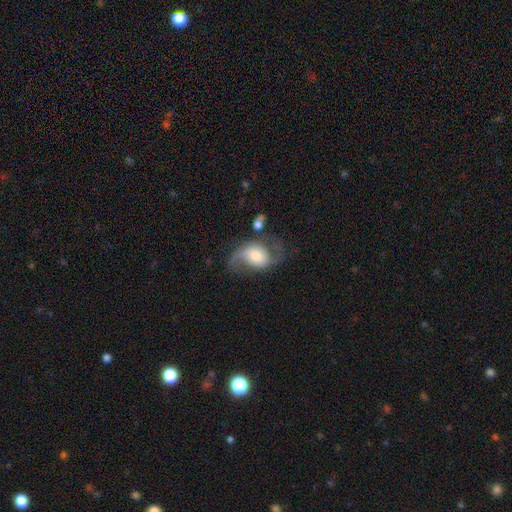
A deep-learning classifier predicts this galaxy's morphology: Overall: featured or disk (70%). Edge-on disk: no (97%). Bar: no (55%; weak 35%). Spiral arms: yes (91%). Spiral arm count: 2 (82%). Spiral winding: loose (57%; medium 34%). Bulge size: moderate (50%; small 28%). Merging: none (51%; major disturbance 22%).